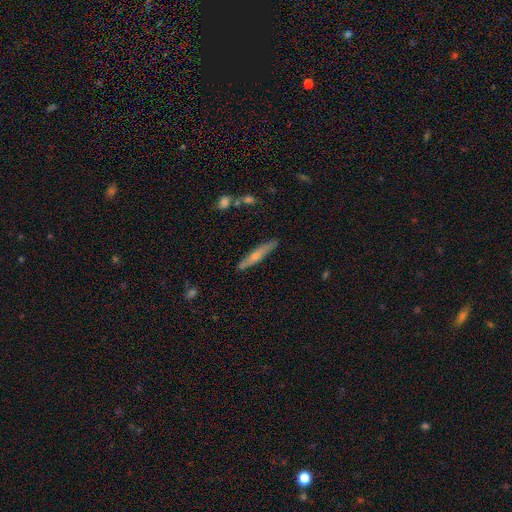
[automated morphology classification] Smooth or featured: featured or disk — 47% (tied with smooth — 47%)
Merging: none — 85% (minor disturbance — 12%)